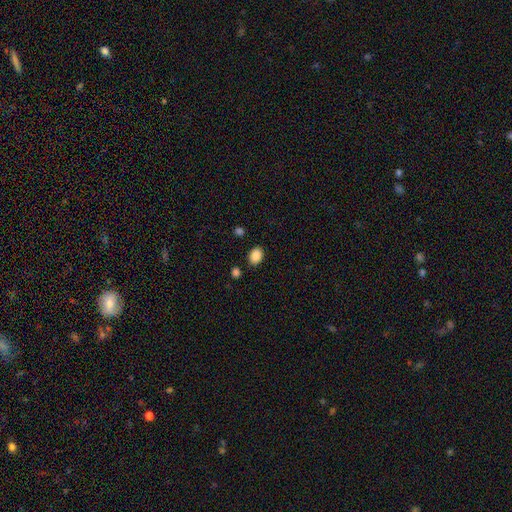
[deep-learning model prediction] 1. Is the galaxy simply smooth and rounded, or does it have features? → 88% smooth, 8% star or artifact, 4% featured or disk.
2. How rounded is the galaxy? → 74% in between, 25% round, 1% cigar-shaped.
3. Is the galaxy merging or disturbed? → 86% none, 9% minor disturbance, 3% merger, 2% major disturbance.